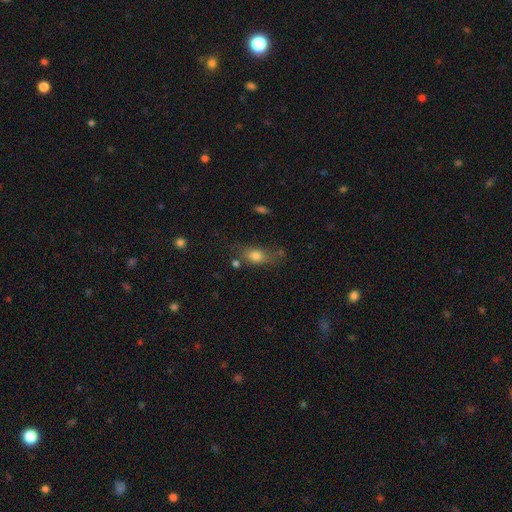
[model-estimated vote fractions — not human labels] Smooth or featured? Predicted: smooth (p=0.76). How rounded? Predicted: in between (p=0.71). Merging? Predicted: none (p=0.54).